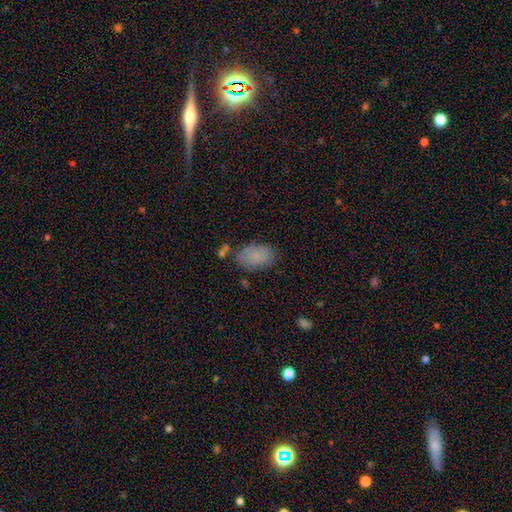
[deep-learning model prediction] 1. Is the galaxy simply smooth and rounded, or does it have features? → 82% smooth, 9% featured or disk, 9% star or artifact.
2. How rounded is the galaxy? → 91% in between, 8% round, 1% cigar-shaped.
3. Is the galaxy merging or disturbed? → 70% none, 18% minor disturbance, 6% merger, 5% major disturbance.